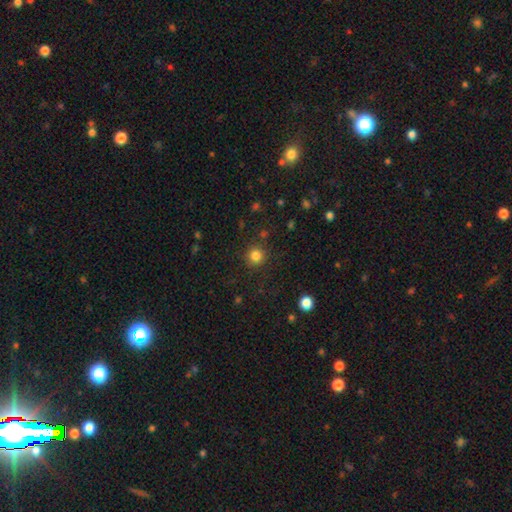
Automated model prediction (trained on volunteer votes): Q: Smooth or featured?
A: smooth (82%); runner-up: star or artifact (13%)
Q: How rounded?
A: round (93%); runner-up: in between (6%)
Q: Merging?
A: none (88%); runner-up: minor disturbance (7%)